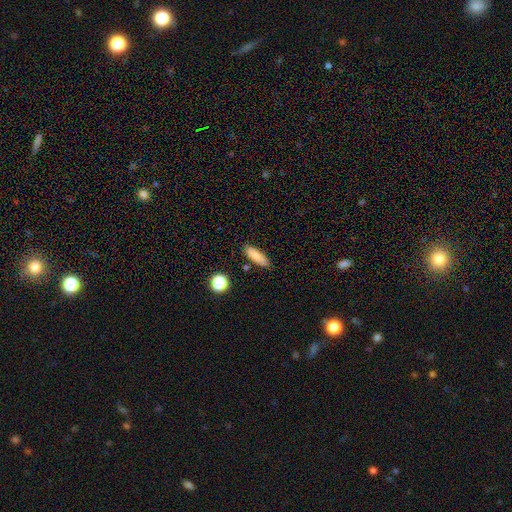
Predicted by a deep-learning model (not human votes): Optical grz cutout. It shows a smooth galaxy with no disk features (83%) that is in between round and cigar-shaped (49%). Merging: none (84%).